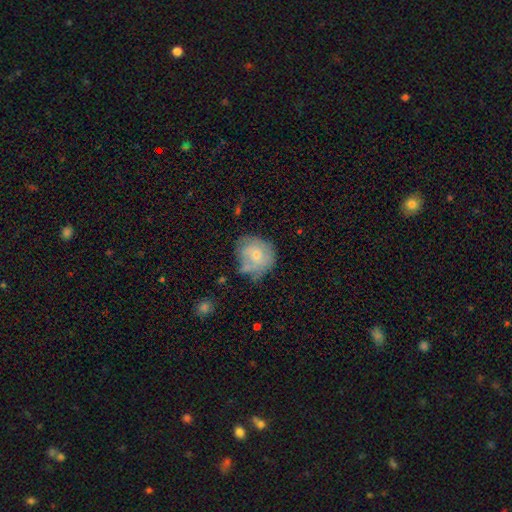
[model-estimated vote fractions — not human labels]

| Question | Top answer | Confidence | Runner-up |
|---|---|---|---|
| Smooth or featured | smooth | 55% | featured or disk (38%) |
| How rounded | round | 77% | in between (22%) |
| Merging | none | 51% | minor disturbance (31%) |